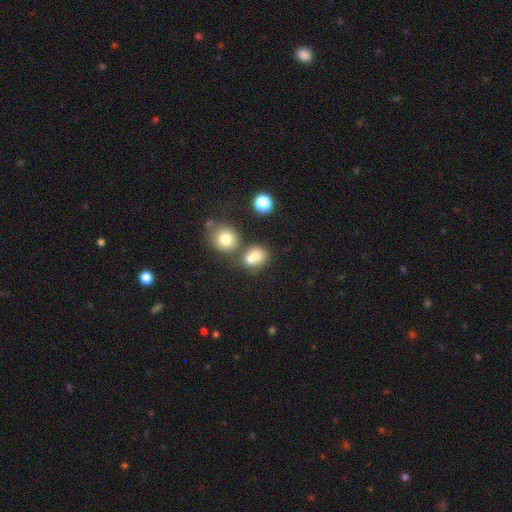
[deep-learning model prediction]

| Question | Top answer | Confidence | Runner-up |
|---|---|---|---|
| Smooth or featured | smooth | 74% | star or artifact (14%) |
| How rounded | round | 71% | in between (28%) |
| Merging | merger | 45% | none (41%) |